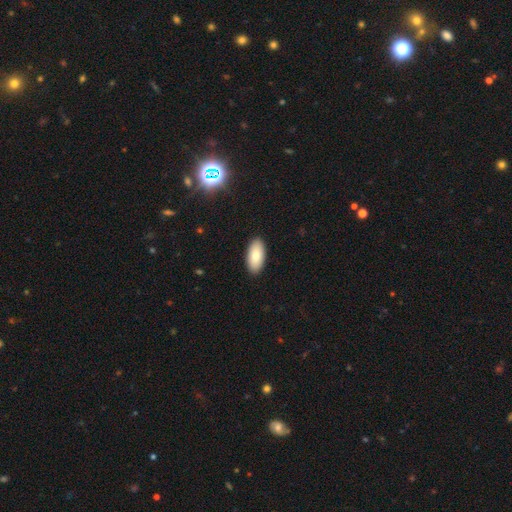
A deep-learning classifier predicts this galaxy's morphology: smooth_or_featured: smooth (p=0.85) [alt: featured or disk p=0.08]
how_rounded: in between (p=0.93) [alt: cigar-shaped p=0.05]
merging: none (p=0.90) [alt: minor disturbance p=0.07]